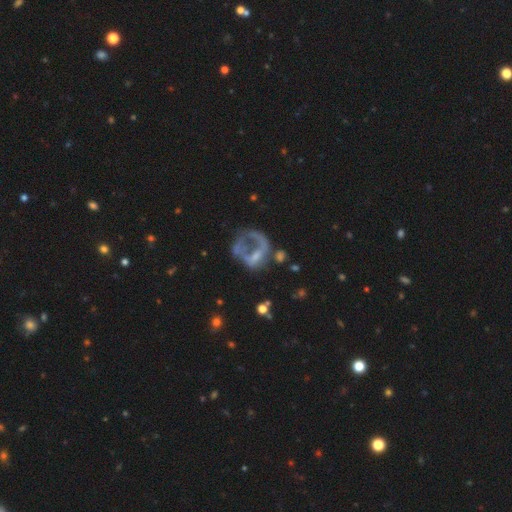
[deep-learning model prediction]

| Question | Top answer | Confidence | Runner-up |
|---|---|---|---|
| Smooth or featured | featured or disk | 59% | smooth (24%) |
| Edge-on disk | no | 97% | yes (3%) |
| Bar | no | 82% | weak (13%) |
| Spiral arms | no | 79% | yes (21%) |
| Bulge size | none | 58% | small (24%) |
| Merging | major disturbance | 45% | none (30%) |